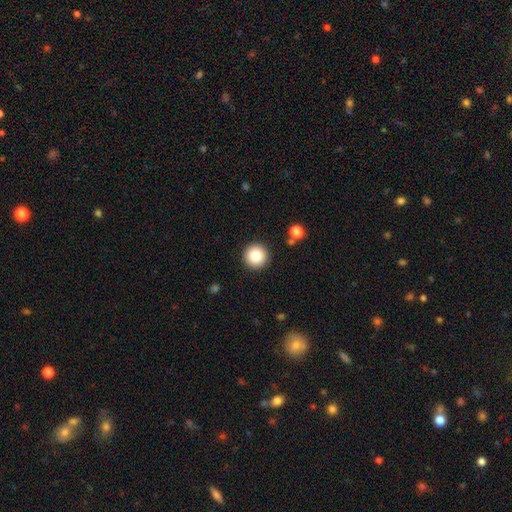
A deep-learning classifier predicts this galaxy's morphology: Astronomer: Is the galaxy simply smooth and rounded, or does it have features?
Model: smooth — 83%.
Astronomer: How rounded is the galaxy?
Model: round — 96%.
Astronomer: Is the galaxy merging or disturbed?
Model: none — 92%.